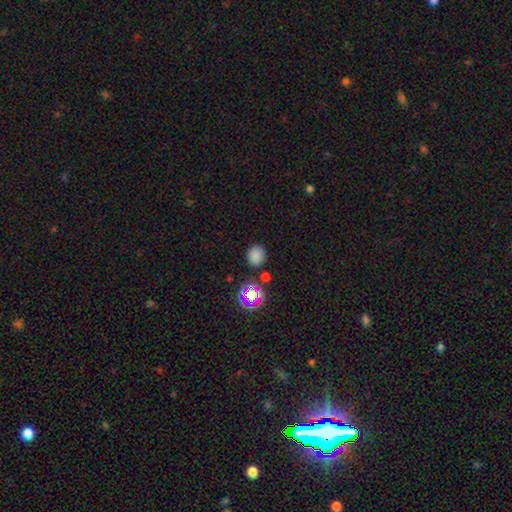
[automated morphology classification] The model was most divided on "smooth or featured": smooth: 77%, star or artifact: 18%, featured or disk: 5%. More confident: how rounded — round (82%); merging — none (81%).